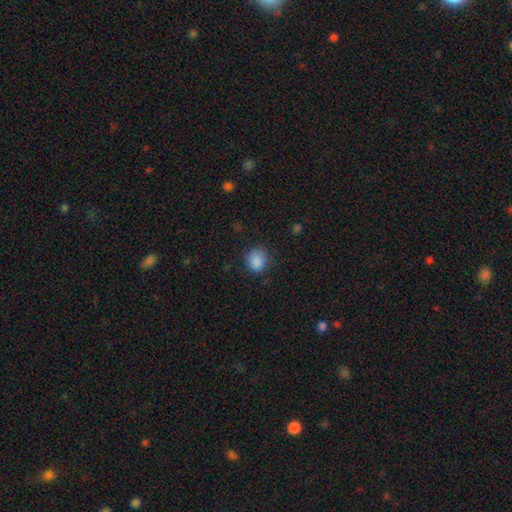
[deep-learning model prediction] Smooth or featured: smooth — 84% (star or artifact — 12%)
How rounded: round — 73% (in between — 26%)
Merging: none — 80% (minor disturbance — 15%)